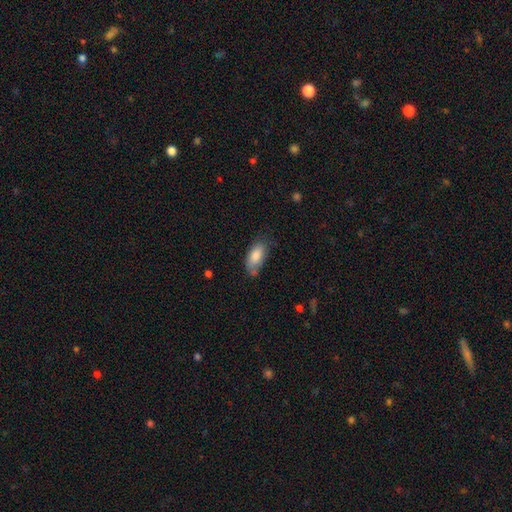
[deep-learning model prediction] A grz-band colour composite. It shows a smooth galaxy with no disk features (82%) that is in between round and cigar-shaped (89%). Merging: none (60%).